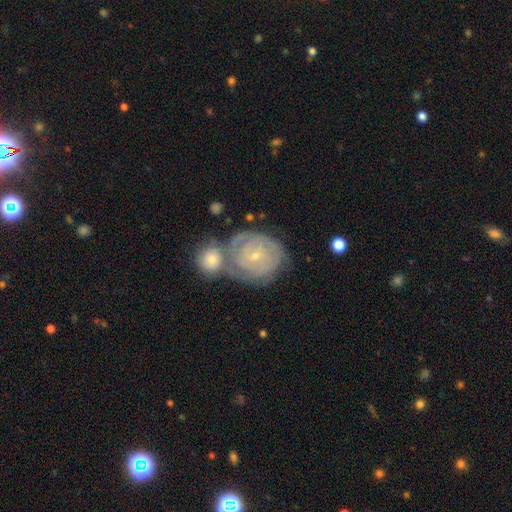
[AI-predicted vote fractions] This is likely a featured or disk galaxy (78%). It is clearly not viewed edge-on (97%). Bar: likely no (65%). Spiral arm pattern: clearly yes (92%). Spiral arm count: marginally can't tell (38%). Spiral winding: likely tight (79%). Central bulge: clearly small (80%). Merging: possibly none (46%).